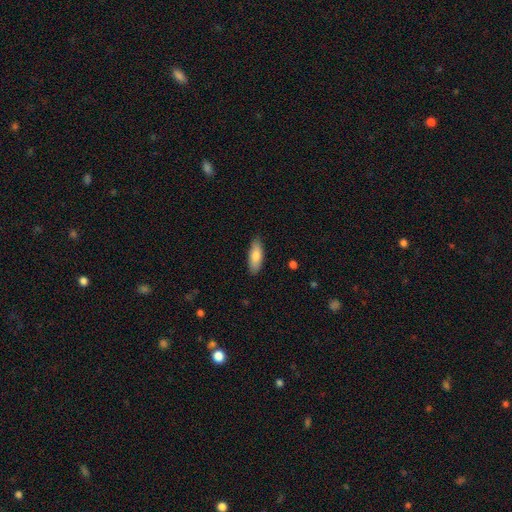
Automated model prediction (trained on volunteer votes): The model was most divided on "how rounded": in between: 70%, cigar-shaped: 28%, round: 2%. More confident: merging — none (86%); smooth or featured — smooth (81%).